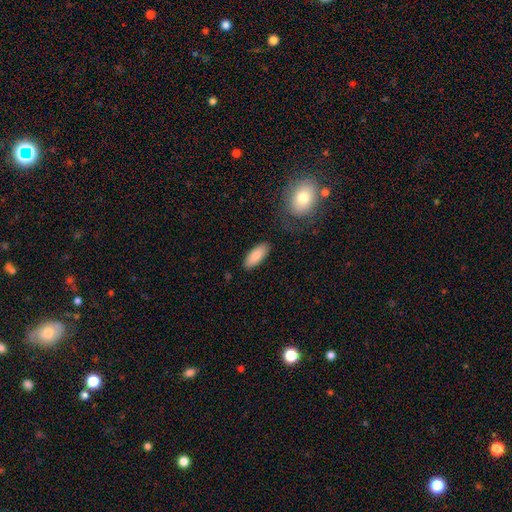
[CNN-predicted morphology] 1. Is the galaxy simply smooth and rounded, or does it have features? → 87% smooth, 7% featured or disk, 6% star or artifact.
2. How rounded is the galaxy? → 81% in between, 17% cigar-shaped, 2% round.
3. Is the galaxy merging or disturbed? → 84% none, 11% minor disturbance, 3% major disturbance, 2% merger.